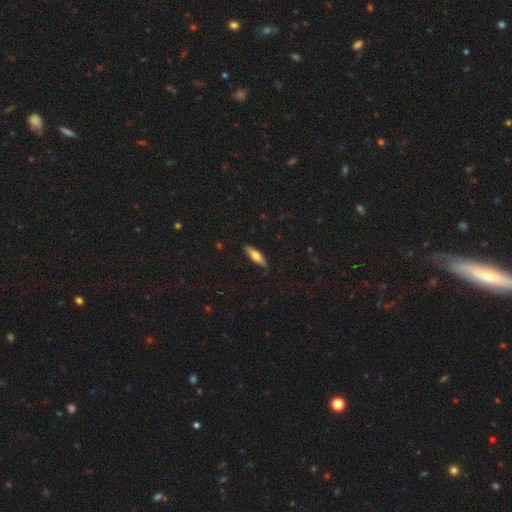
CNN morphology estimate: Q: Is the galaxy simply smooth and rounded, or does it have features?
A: smooth — 64%.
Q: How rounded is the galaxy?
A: cigar-shaped — 62%.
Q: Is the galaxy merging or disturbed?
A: none — 83%.